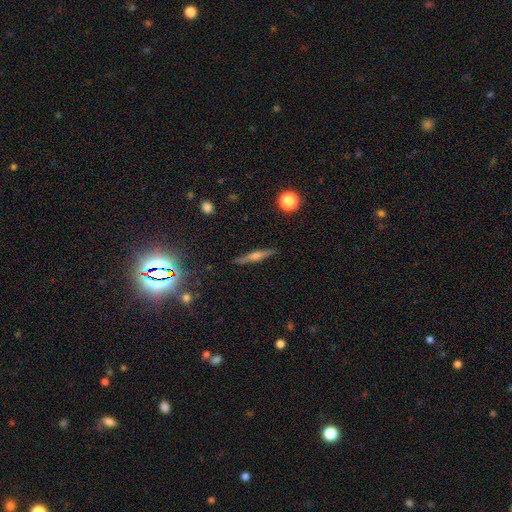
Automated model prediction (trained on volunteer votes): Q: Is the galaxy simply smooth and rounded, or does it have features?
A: featured or disk — 60%.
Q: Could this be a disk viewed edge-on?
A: yes — 96%.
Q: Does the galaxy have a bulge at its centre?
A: rounded — 83%.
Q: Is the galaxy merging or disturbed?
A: none — 89%.